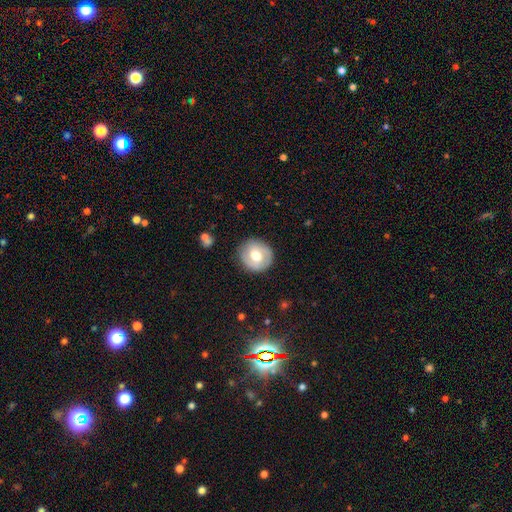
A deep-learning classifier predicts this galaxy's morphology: Smooth or featured: smooth — 52% (featured or disk — 41%)
How rounded: round — 86% (in between — 13%)
Merging: none — 85% (minor disturbance — 11%)